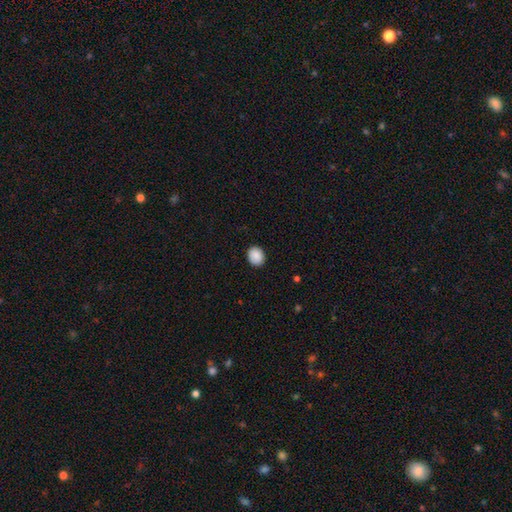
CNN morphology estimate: Smooth or featured: smooth — 89% (star or artifact — 8%)
How rounded: round — 60% (in between — 39%)
Merging: none — 90% (minor disturbance — 7%)